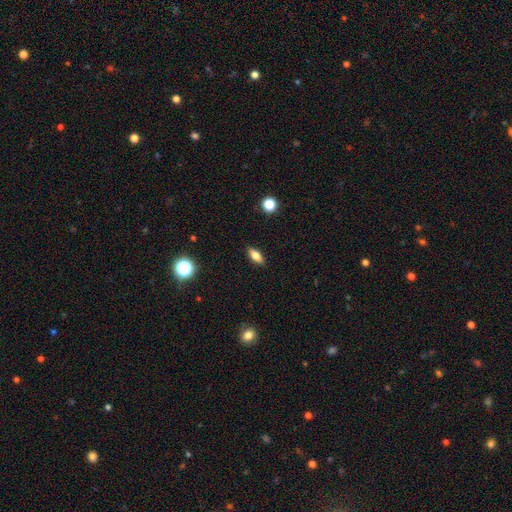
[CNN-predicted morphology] Smooth or featured? smooth (71%)
How rounded? in between (76%)
Merging? none (89%)